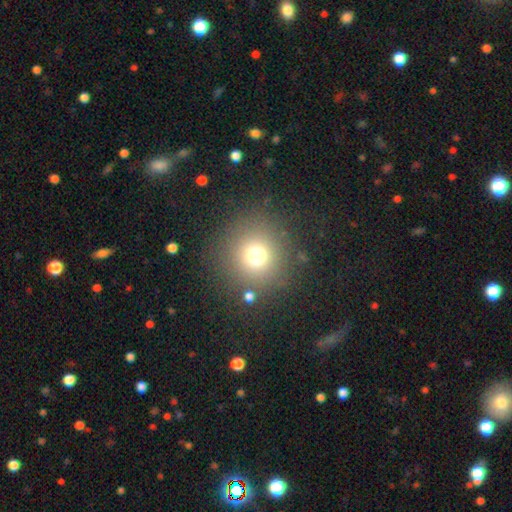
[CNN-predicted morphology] The model was most divided on "smooth or featured": smooth: 72%, star or artifact: 19%, featured or disk: 9%. More confident: how rounded — round (93%); merging — none (84%).